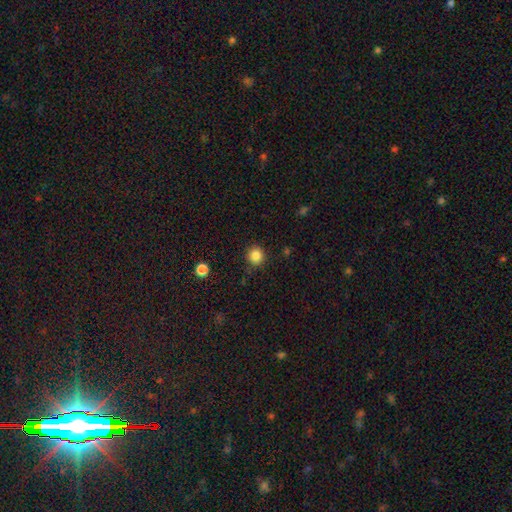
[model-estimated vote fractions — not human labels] This is clearly a smooth galaxy (85%). How rounded: clearly round (91%). Merging: clearly none (88%).